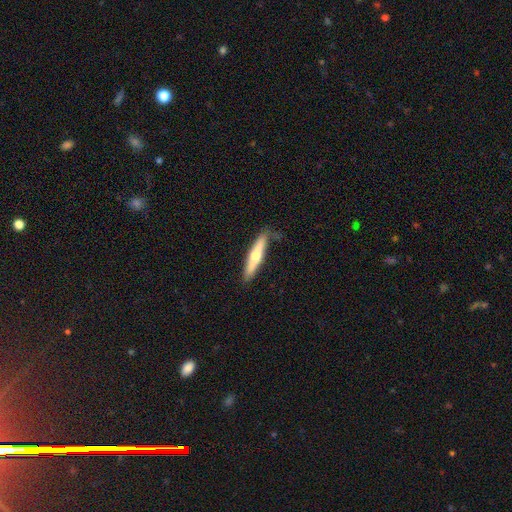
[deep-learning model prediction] Smooth or featured: smooth — 52% (featured or disk — 43%)
How rounded: cigar-shaped — 88% (in between — 11%)
Merging: none — 78% (minor disturbance — 17%)